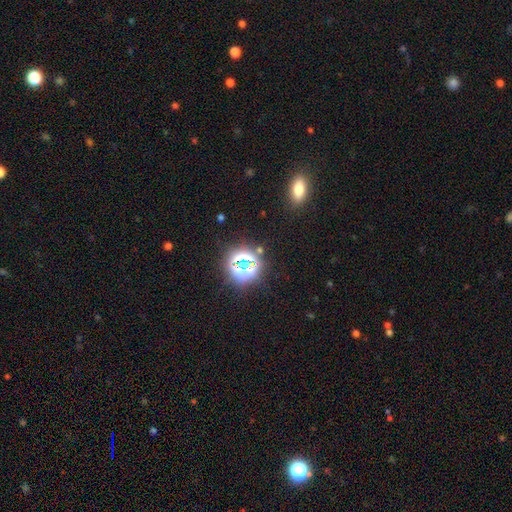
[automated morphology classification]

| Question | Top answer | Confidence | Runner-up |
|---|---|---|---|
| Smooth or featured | star or artifact | 71% | smooth (20%) |